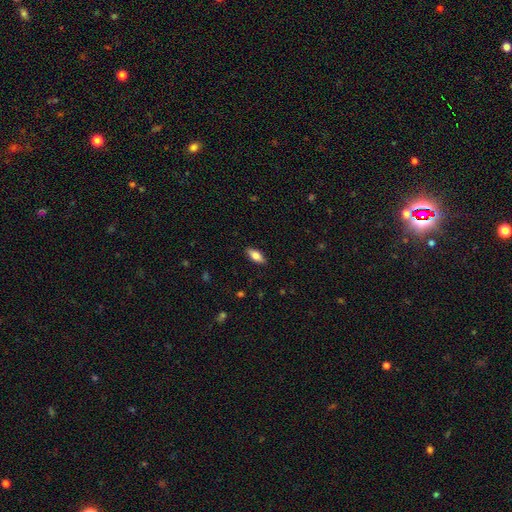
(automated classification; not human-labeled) Morphology: type=smooth (74%); roundness=in between (79%); merging=none (88%).